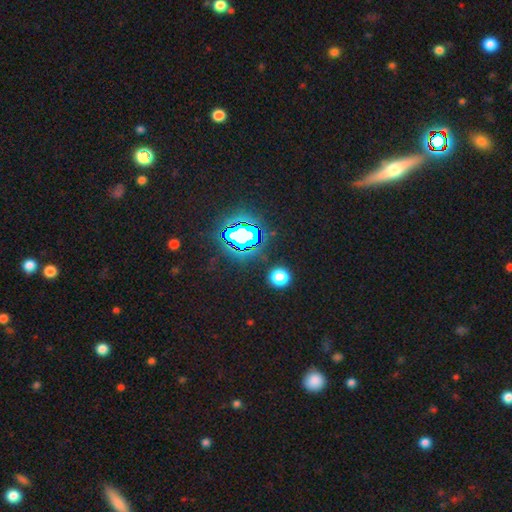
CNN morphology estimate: type=star or artifact (70%).